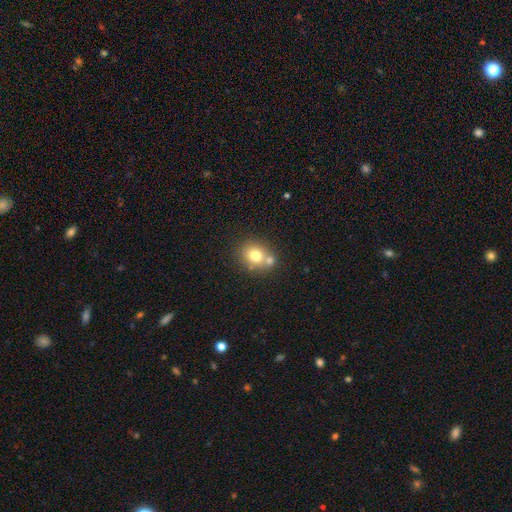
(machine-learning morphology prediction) smooth-or-featured: smooth: 74% | featured or disk: 15% | star or artifact: 11%
  how-rounded: round: 70% | in between: 29% | cigar-shaped: 1%
  merging: none: 51% | merger: 37% | minor disturbance: 10% | major disturbance: 3%